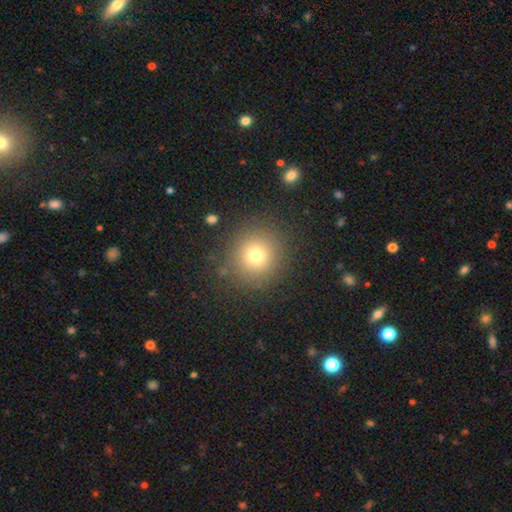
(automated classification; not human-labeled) The model was most divided on "smooth or featured": smooth: 72%, star or artifact: 17%, featured or disk: 10%. More confident: how rounded — round (92%); merging — none (87%).